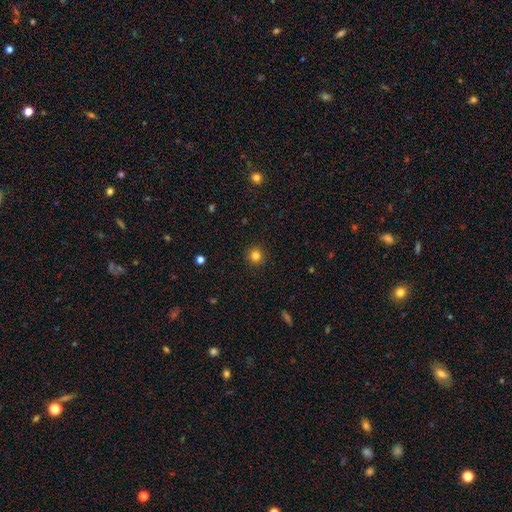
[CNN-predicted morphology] This appears to be a smooth galaxy with no disk features (82%) that is round (94%). Merging: none (91%).